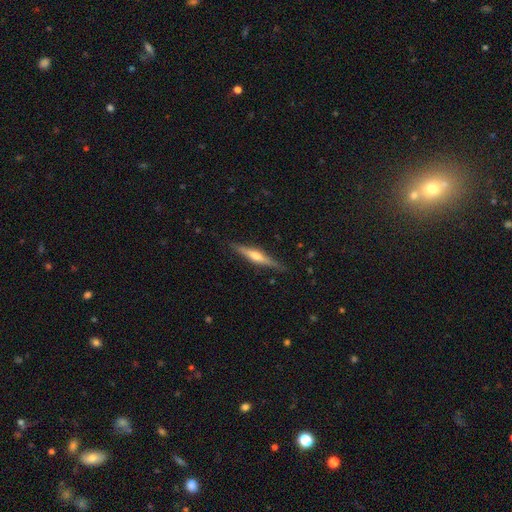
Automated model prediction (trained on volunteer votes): Overall: featured or disk (64%; smooth 30%). Edge-on disk: yes (97%). Edge-on bulge: rounded (84%). Merging: none (87%).